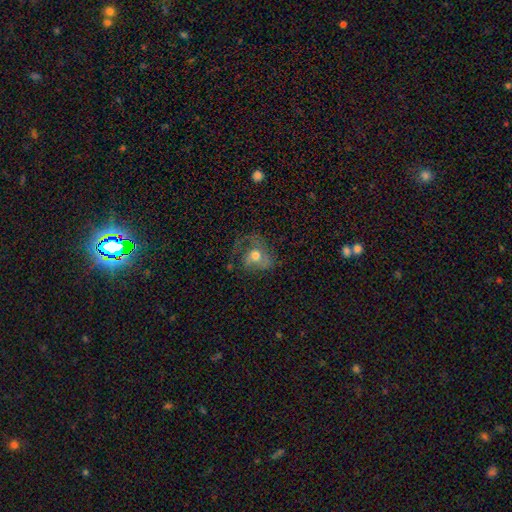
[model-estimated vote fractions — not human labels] Smooth or featured?
  - featured or disk: 48% *
  - smooth: 42%
  - star or artifact: 10%
Merging?
  - major disturbance: 39% *
  - none: 35%
  - minor disturbance: 23%
  - merger: 3%